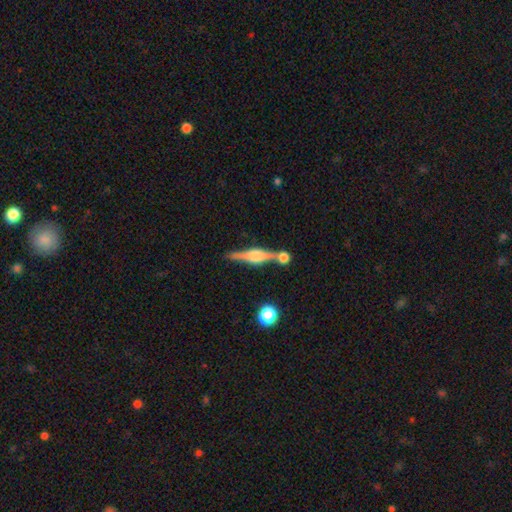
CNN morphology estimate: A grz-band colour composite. It shows a featured or disk galaxy (80%) viewed edge-on (97%) with a rounded central bulge (79%). Merging: none (69%).